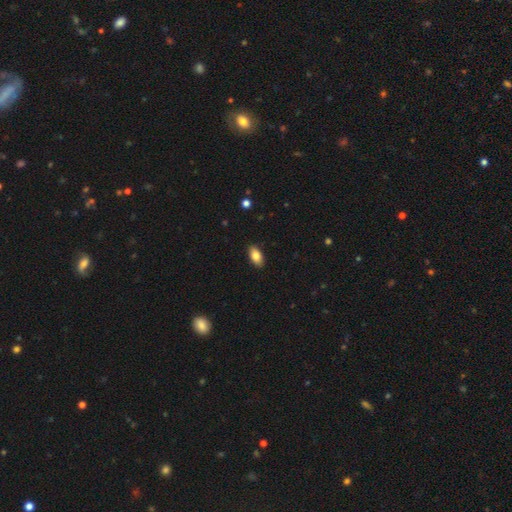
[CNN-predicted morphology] Smooth or featured? smooth (83%)
How rounded? in between (92%)
Merging? none (89%)